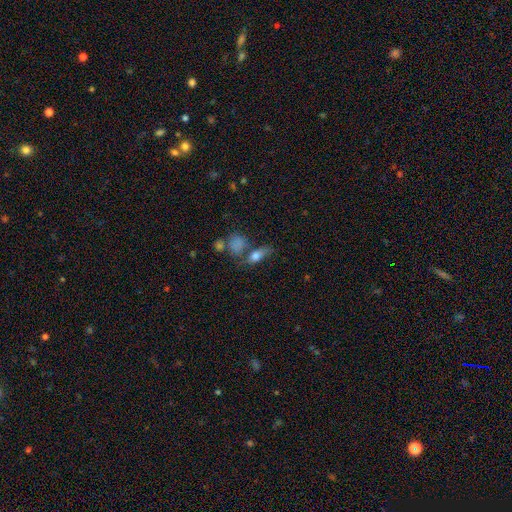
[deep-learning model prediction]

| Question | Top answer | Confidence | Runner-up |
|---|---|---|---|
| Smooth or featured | smooth | 69% | featured or disk (20%) |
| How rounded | in between | 66% | cigar-shaped (21%) |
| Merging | none | 46% | merger (22%) |